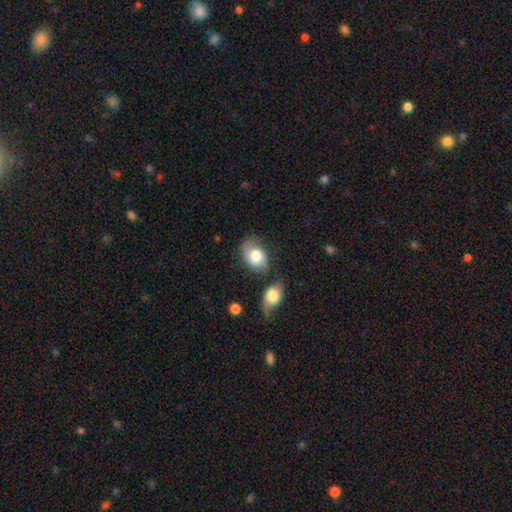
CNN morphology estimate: Smooth or featured? Predicted: smooth (p=0.72). How rounded? Predicted: in between (p=0.76). Merging? Predicted: none (p=0.53).